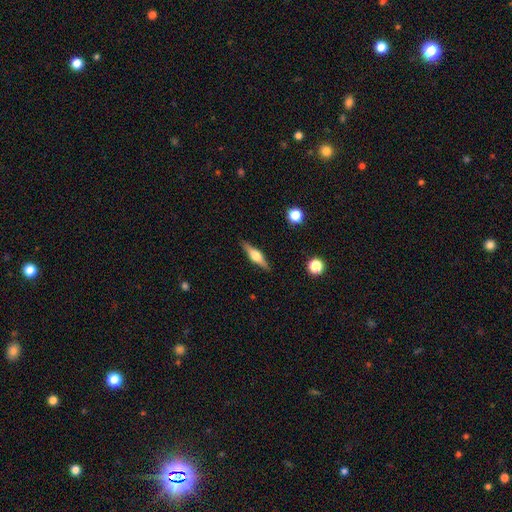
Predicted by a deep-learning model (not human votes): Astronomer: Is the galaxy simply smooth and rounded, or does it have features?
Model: featured or disk — 63%.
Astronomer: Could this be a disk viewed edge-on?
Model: yes — 96%.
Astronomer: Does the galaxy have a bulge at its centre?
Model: rounded — 90%.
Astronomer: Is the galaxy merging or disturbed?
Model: none — 88%.